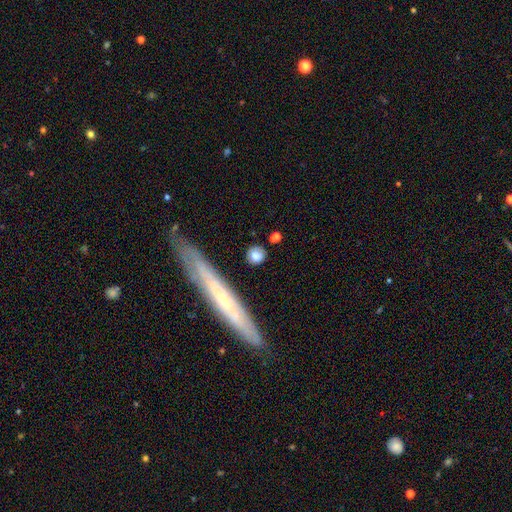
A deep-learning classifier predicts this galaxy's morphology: The model was most divided on "smooth or featured": smooth: 76%, featured or disk: 16%, star or artifact: 8%. More confident: merging — none (82%); how rounded — round (76%).